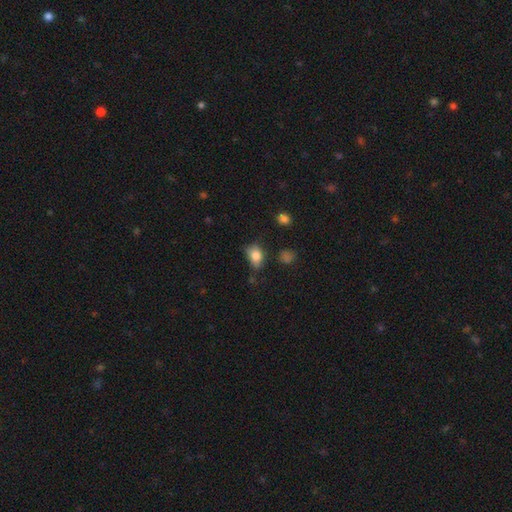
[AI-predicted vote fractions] The model was most divided on "merging": none: 52%, minor disturbance: 34%, major disturbance: 10%, merger: 4%. More confident: smooth or featured — smooth (82%); how rounded — in between (74%).